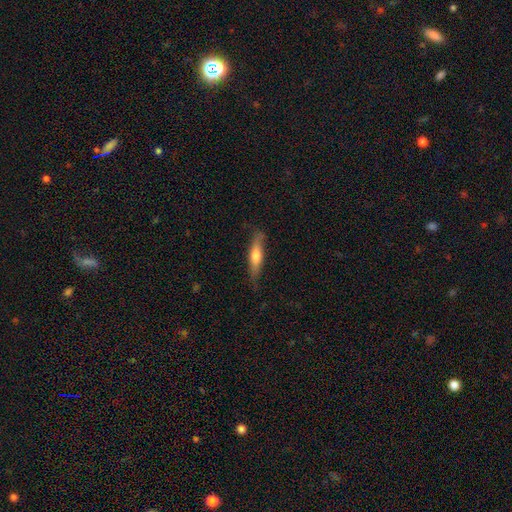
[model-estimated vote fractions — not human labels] This is possibly a smooth galaxy (56%). How rounded: likely cigar-shaped (77%). Merging: likely none (77%).